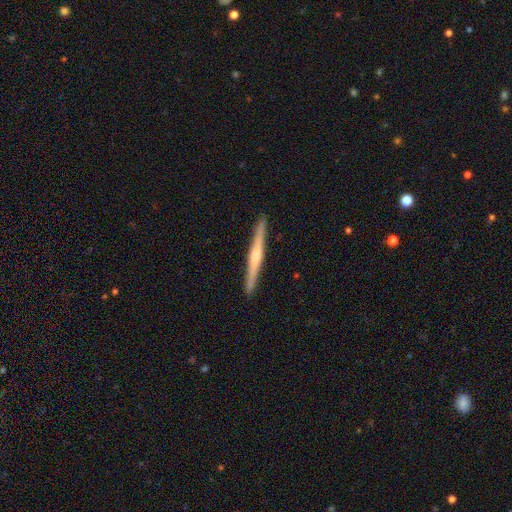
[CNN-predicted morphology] Smooth or featured? Predicted: featured or disk (p=0.68). Edge-on disk? Predicted: yes (p=0.98). Edge-on bulge? Predicted: rounded (p=0.67). Merging? Predicted: none (p=0.92).